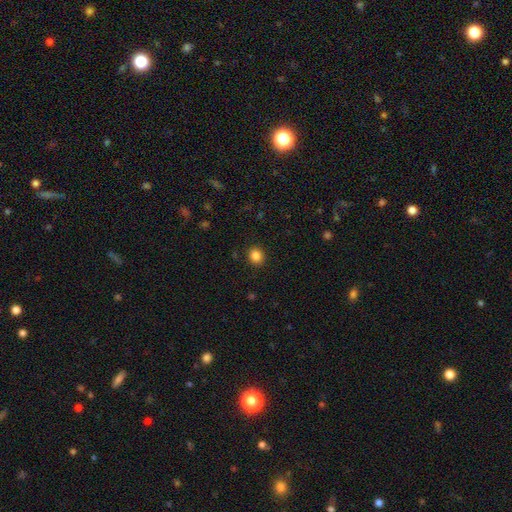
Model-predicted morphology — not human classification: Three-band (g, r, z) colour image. It shows a smooth galaxy with no disk features (84%) that is round (79%). Merging: none (91%).